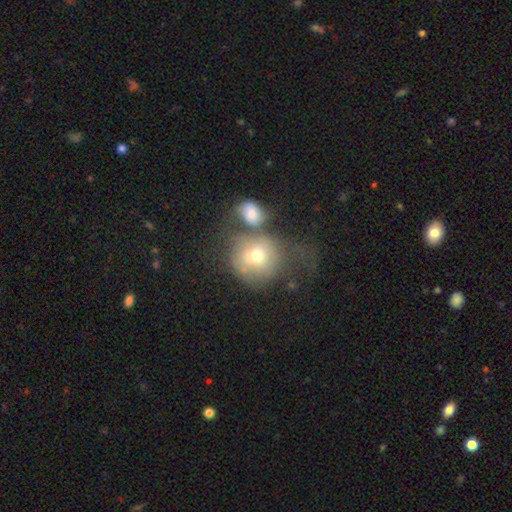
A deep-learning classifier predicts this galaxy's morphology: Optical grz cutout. It shows a smooth galaxy with no disk features (58%) that is round (79%). Merging: merger (41%).